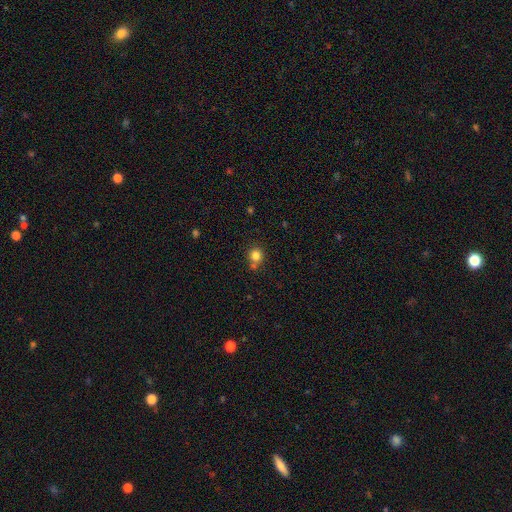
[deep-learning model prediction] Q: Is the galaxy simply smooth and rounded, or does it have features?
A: smooth — 81%.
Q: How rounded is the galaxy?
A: round — 88%.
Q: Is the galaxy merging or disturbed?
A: none — 65%.